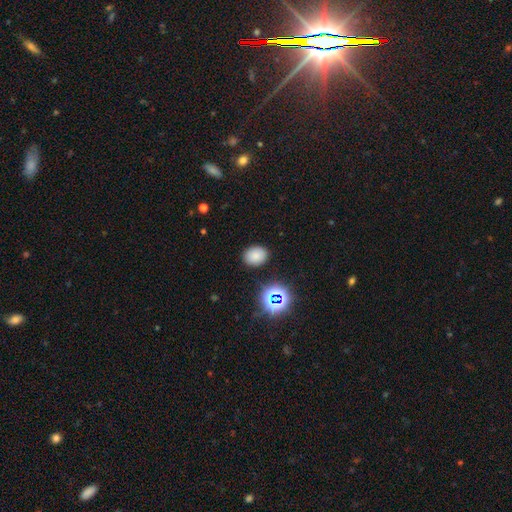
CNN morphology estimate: Smooth or featured: smooth — 77% (star or artifact — 17%)
How rounded: in between — 62% (round — 37%)
Merging: none — 87% (minor disturbance — 9%)